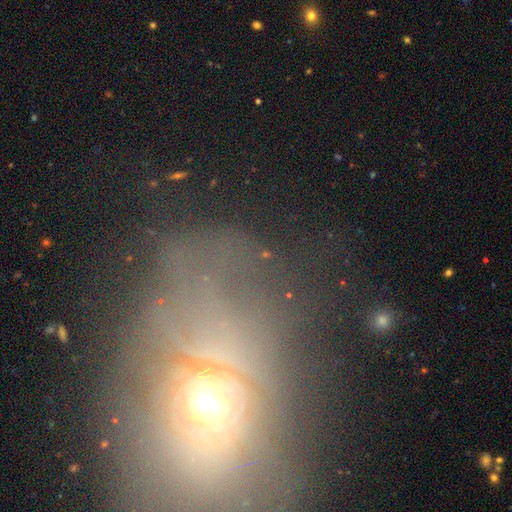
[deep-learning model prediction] Smooth or featured? featured or disk (42%)
Merging? none (40%)